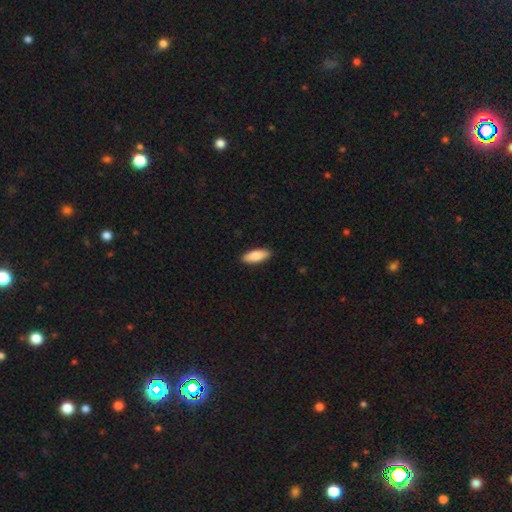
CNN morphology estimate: smooth-or-featured: smooth: 86% | featured or disk: 9% | star or artifact: 5%
  how-rounded: in between: 70% | cigar-shaped: 28% | round: 2%
  merging: none: 90% | minor disturbance: 7% | major disturbance: 2% | merger: 1%